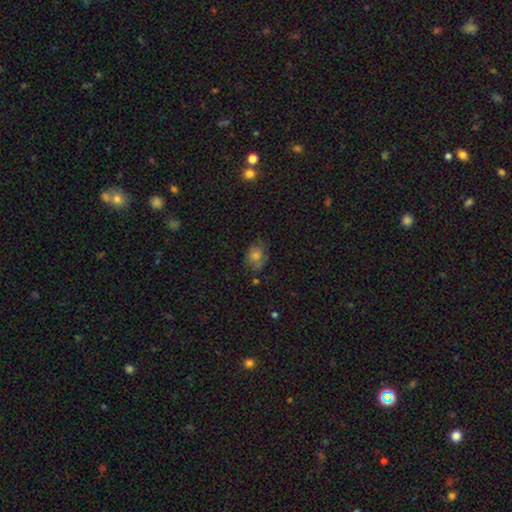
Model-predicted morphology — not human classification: Smooth or featured: smooth — 62% (featured or disk — 20%)
How rounded: in between — 51% (round — 48%)
Merging: none — 69% (minor disturbance — 22%)